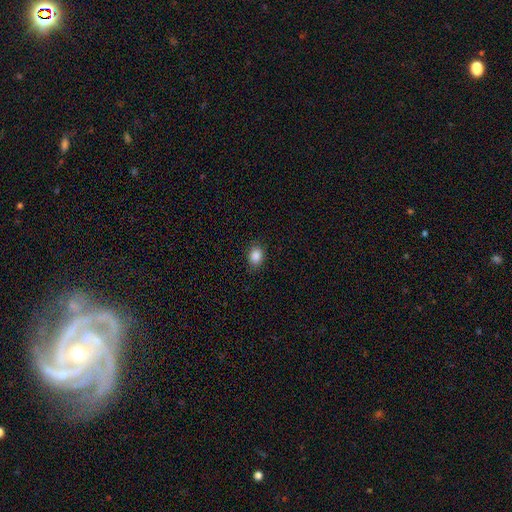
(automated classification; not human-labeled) Q: Smooth or featured?
A: smooth (87%); runner-up: star or artifact (9%)
Q: How rounded?
A: in between (60%); runner-up: round (39%)
Q: Merging?
A: none (87%); runner-up: minor disturbance (10%)